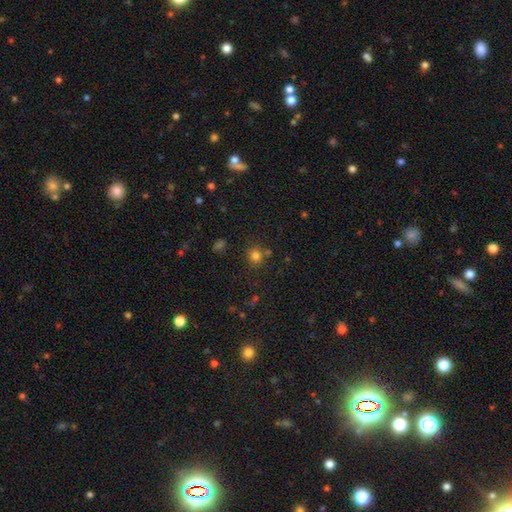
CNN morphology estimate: A smooth galaxy with no disk features (77%) that is round (84%).

Vote fractions:
- Smooth or featured? smooth: 77% / star or artifact: 17% / featured or disk: 7%
- How rounded? round: 84% / in between: 15% / cigar-shaped: 1%
- Merging? none: 76% / minor disturbance: 11% / merger: 10% / major disturbance: 4%